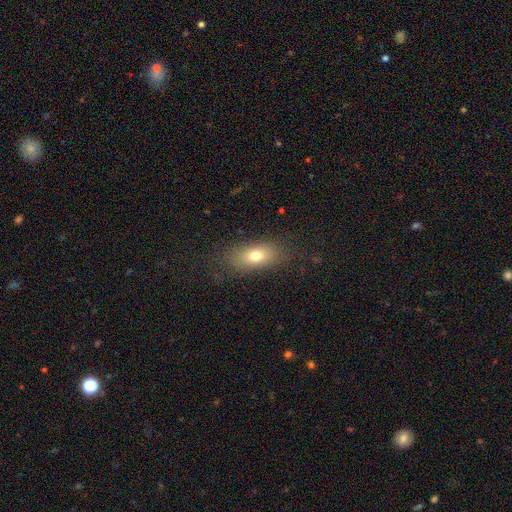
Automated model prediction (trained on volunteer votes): A smooth galaxy with no disk features (73%) that is in between round and cigar-shaped (81%).

Vote fractions:
- Smooth or featured? smooth: 73% / featured or disk: 16% / star or artifact: 11%
- How rounded? in between: 81% / cigar-shaped: 10% / round: 9%
- Merging? none: 80% / minor disturbance: 12% / major disturbance: 6% / merger: 1%